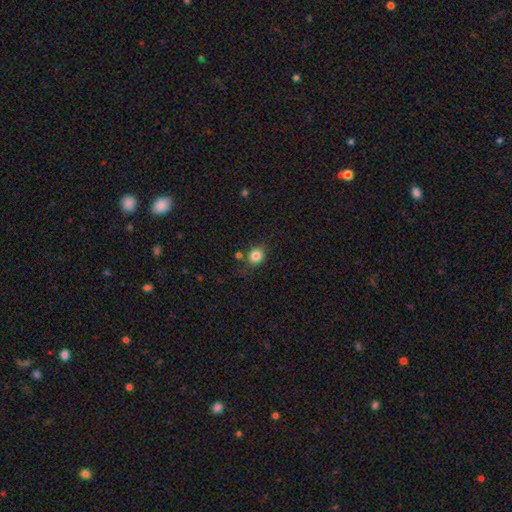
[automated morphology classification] smooth_or_featured: smooth (p=0.83) [alt: star or artifact p=0.11]
how_rounded: round (p=0.70) [alt: in between p=0.29]
merging: none (p=0.72) [alt: minor disturbance p=0.17]